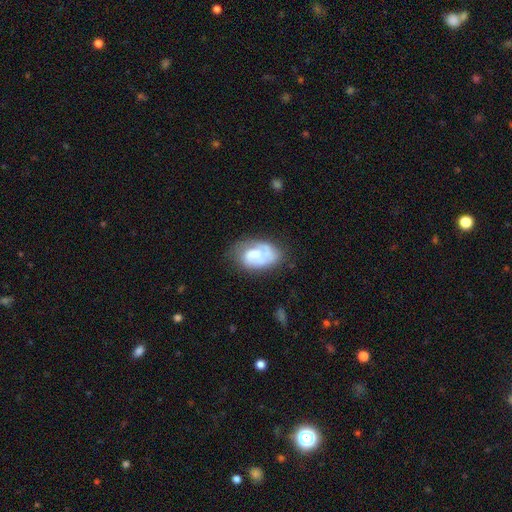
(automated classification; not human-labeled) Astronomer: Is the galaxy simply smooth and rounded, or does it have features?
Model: featured or disk — 50% (runner-up: smooth, 43%).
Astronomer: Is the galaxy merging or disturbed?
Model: none — 47% (runner-up: minor disturbance, 28%).